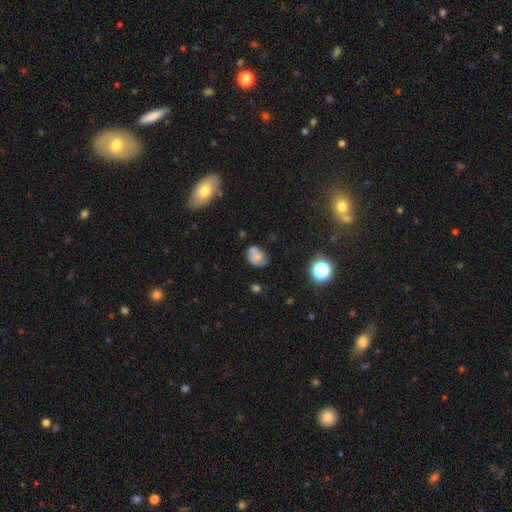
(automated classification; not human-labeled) A smooth galaxy with no disk features (59%) that is in between round and cigar-shaped (68%). Merging: none (47%).